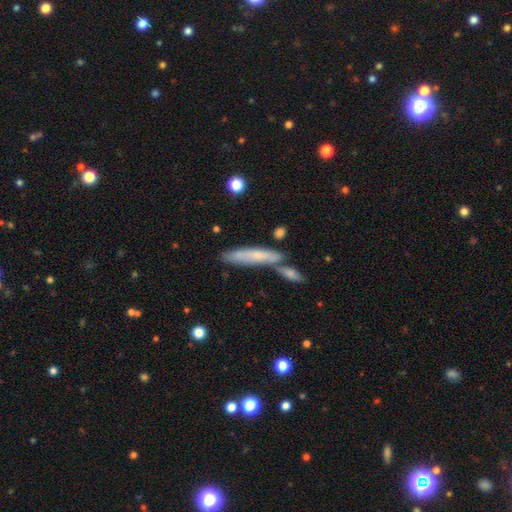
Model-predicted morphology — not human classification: Q: Smooth or featured?
A: smooth (62%); runner-up: featured or disk (31%)
Q: How rounded?
A: cigar-shaped (86%); runner-up: in between (12%)
Q: Merging?
A: none (58%); runner-up: merger (22%)